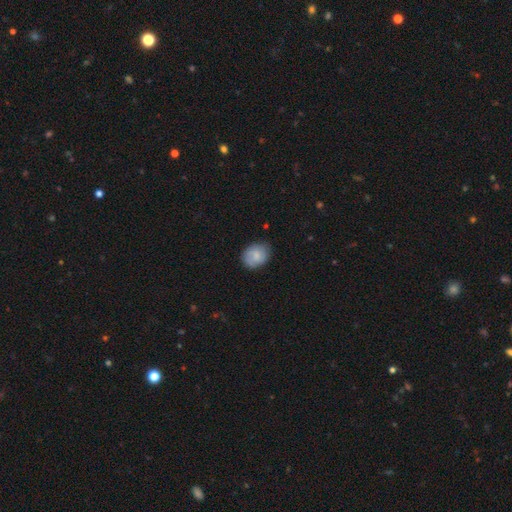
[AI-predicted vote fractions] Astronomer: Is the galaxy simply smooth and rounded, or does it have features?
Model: smooth — 74%.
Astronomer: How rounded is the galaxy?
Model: in between — 50% (runner-up: round, 49%).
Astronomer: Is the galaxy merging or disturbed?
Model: none — 73%.